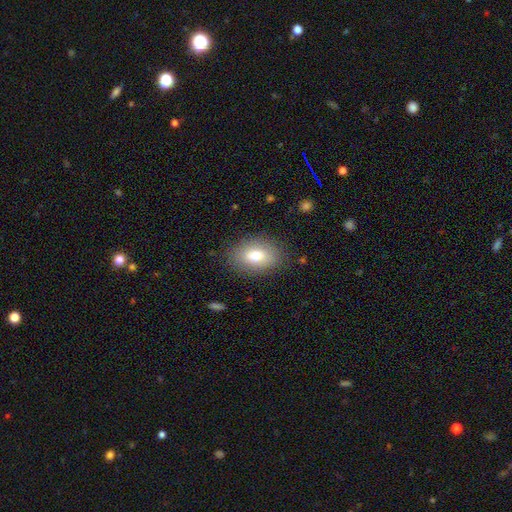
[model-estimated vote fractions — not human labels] smooth-or-featured: smooth: 75% | featured or disk: 16% | star or artifact: 9%
  how-rounded: in between: 82% | round: 17% | cigar-shaped: 2%
  merging: none: 84% | minor disturbance: 11% | major disturbance: 4% | merger: 1%